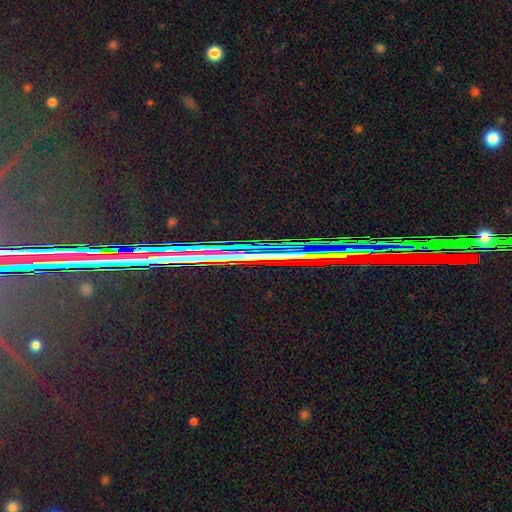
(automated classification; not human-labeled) smooth-or-featured: star or artifact: 78% | featured or disk: 13% | smooth: 9%